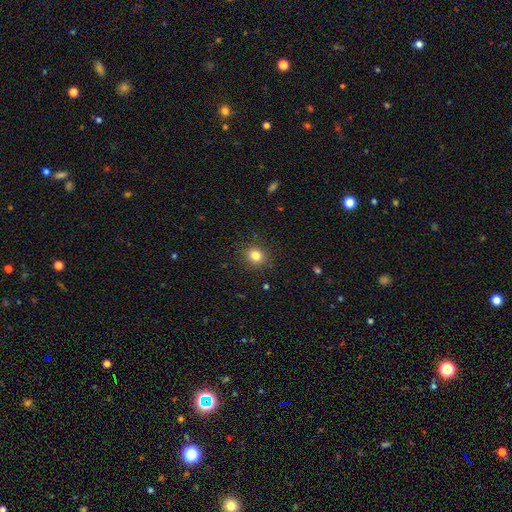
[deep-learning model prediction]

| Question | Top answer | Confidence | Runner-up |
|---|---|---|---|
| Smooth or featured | smooth | 82% | star or artifact (12%) |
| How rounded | round | 79% | in between (21%) |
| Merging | none | 89% | minor disturbance (7%) |